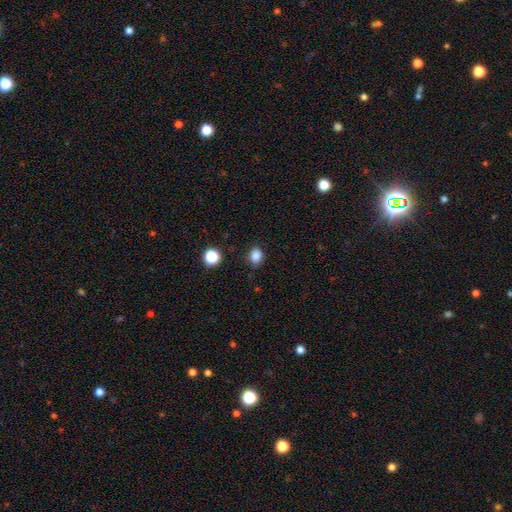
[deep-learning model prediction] Smooth or featured? smooth (84%)
How rounded? round (57%)
Merging? none (83%)